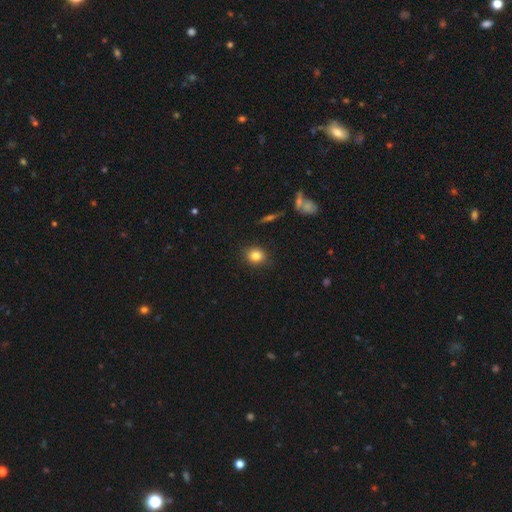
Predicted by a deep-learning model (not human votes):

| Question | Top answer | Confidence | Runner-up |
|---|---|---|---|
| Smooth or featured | smooth | 82% | star or artifact (10%) |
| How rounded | round | 65% | in between (33%) |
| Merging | none | 88% | minor disturbance (8%) |